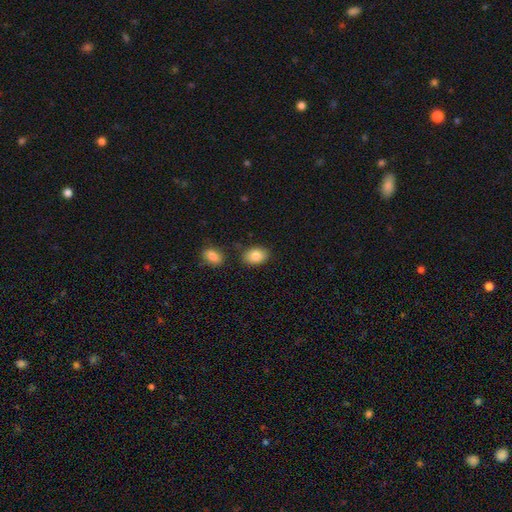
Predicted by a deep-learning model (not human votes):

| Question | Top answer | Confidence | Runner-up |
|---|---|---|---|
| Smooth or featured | smooth | 86% | star or artifact (7%) |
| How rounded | in between | 82% | round (17%) |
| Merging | none | 78% | minor disturbance (13%) |